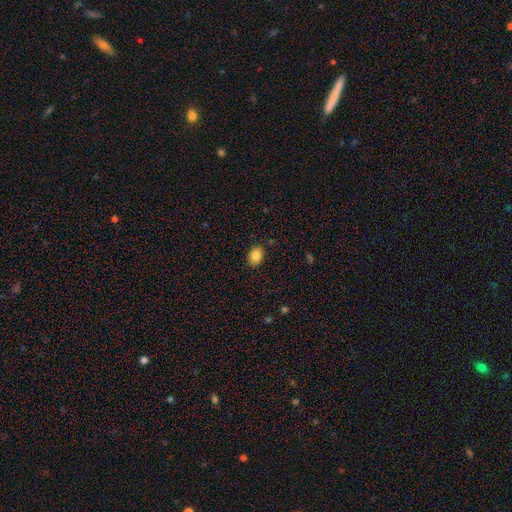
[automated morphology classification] smooth-or-featured: smooth: 85% | star or artifact: 9% | featured or disk: 6%
  how-rounded: in between: 70% | round: 29% | cigar-shaped: 1%
  merging: none: 88% | minor disturbance: 9% | major disturbance: 2% | merger: 1%